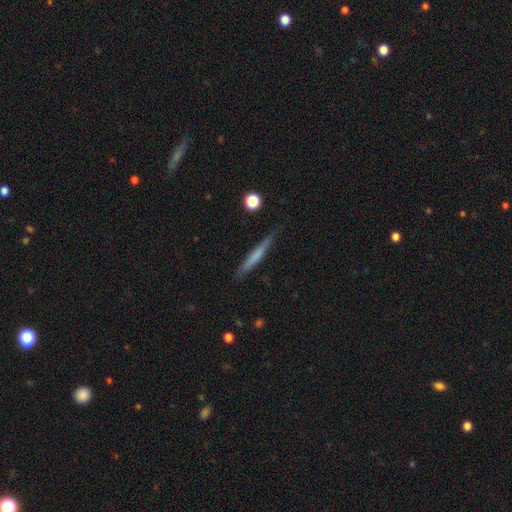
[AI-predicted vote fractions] Q: Smooth or featured?
A: smooth (55%); runner-up: featured or disk (38%)
Q: How rounded?
A: cigar-shaped (94%); runner-up: in between (4%)
Q: Merging?
A: none (85%); runner-up: minor disturbance (12%)